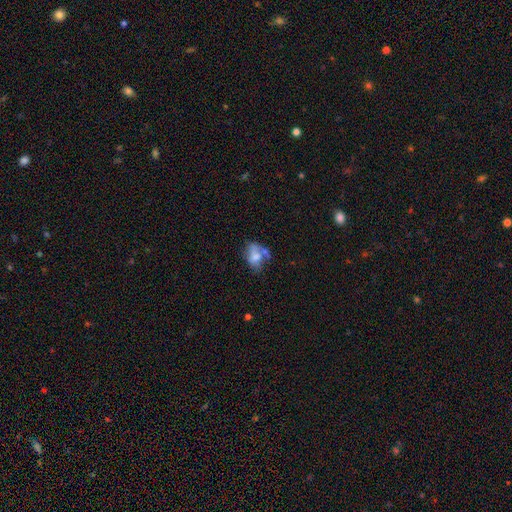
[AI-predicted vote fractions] smooth 57%, featured or disk 32%, star or artifact 10%. Down the decision tree: how rounded — in between (78%); merging — merger (29%).